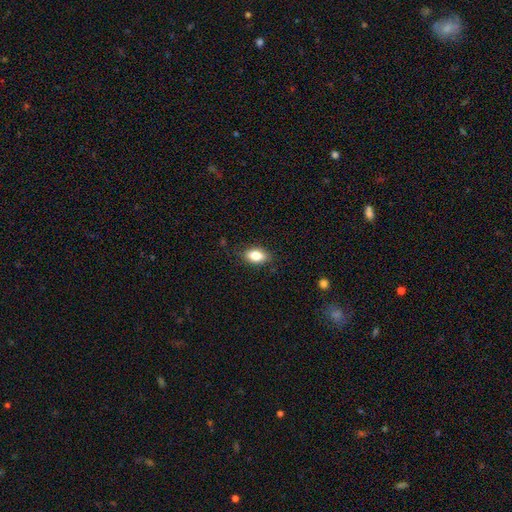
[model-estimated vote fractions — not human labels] Q: Smooth or featured?
A: smooth (83%); runner-up: featured or disk (9%)
Q: How rounded?
A: in between (89%); runner-up: round (8%)
Q: Merging?
A: none (84%); runner-up: minor disturbance (12%)